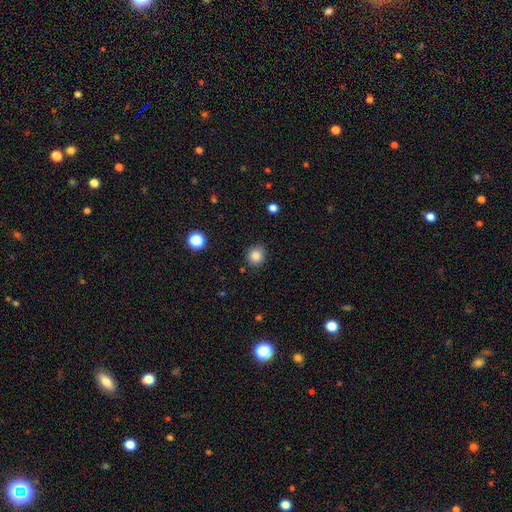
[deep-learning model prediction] Smooth or featured?
  - smooth: 84% *
  - star or artifact: 11%
  - featured or disk: 5%
How rounded?
  - round: 83% *
  - in between: 16%
  - cigar-shaped: 1%
Merging?
  - none: 86% *
  - minor disturbance: 10%
  - major disturbance: 2%
  - merger: 2%